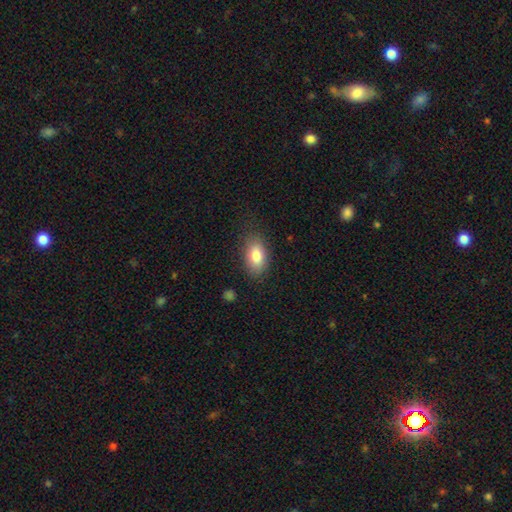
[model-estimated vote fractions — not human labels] Overall: smooth (83%). How rounded: in between (91%). Merging: none (79%).